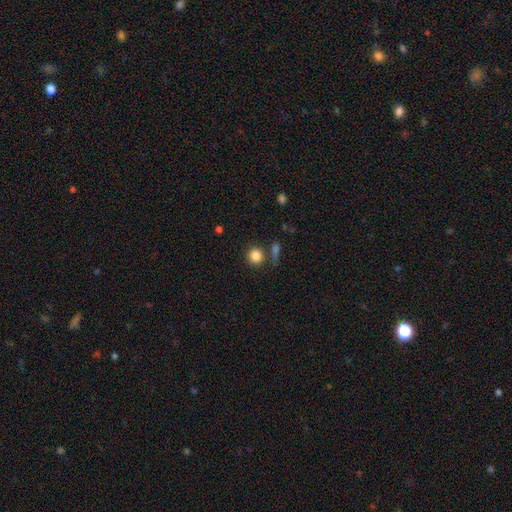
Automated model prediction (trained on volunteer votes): Overall: smooth (84%). How rounded: round (88%). Merging: none (74%).